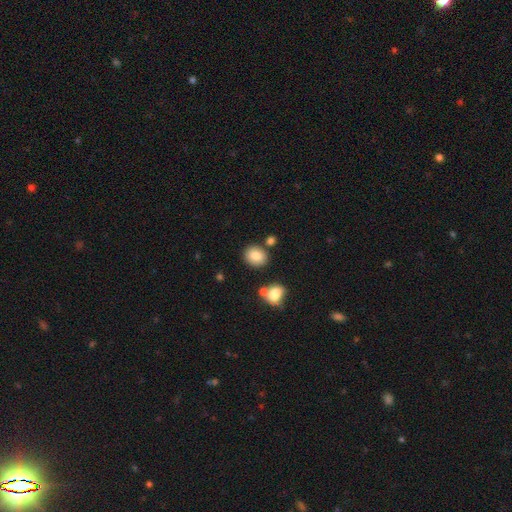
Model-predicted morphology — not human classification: Smooth or featured? Predicted: smooth (p=0.83). How rounded? Predicted: round (p=0.63). Merging? Predicted: none (p=0.78).